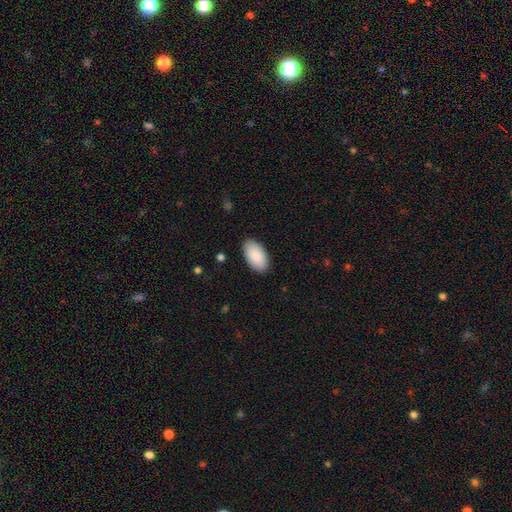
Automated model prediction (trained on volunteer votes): The model was most divided on "merging": none: 88%, minor disturbance: 9%, major disturbance: 2%, merger: 1%. More confident: how rounded — in between (96%); smooth or featured — smooth (90%).